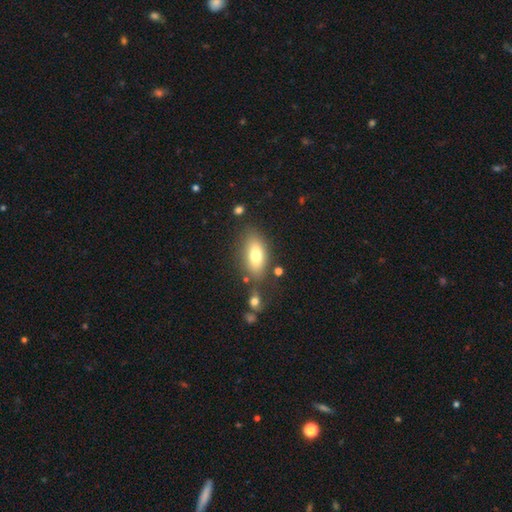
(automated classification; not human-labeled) Overall: smooth (74%). How rounded: in between (85%). Merging: none (73%).